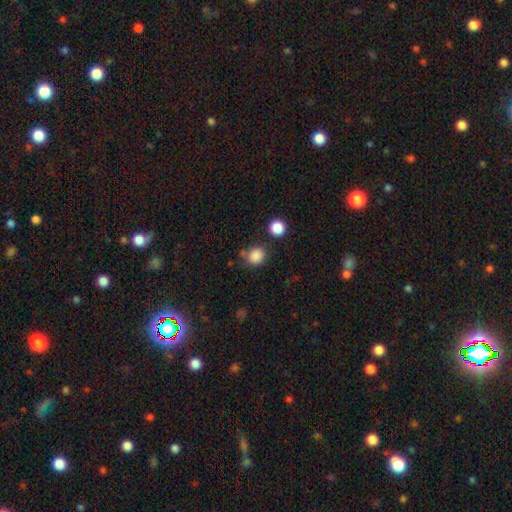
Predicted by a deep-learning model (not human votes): The model was most divided on "how rounded": round: 79%, in between: 20%, cigar-shaped: 1%. More confident: smooth or featured — smooth (85%); merging — none (75%).